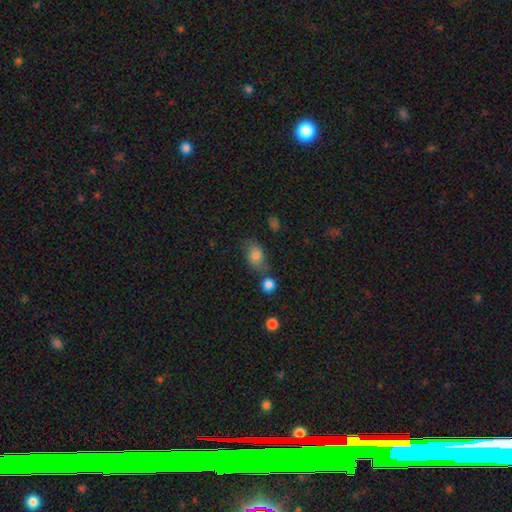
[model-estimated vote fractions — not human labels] A smooth galaxy with no disk features (79%) that is in between round and cigar-shaped (78%).

Vote fractions:
- Smooth or featured? smooth: 79% / featured or disk: 11% / star or artifact: 10%
- How rounded? in between: 78% / round: 20% / cigar-shaped: 2%
- Merging? none: 58% / minor disturbance: 21% / merger: 14% / major disturbance: 7%